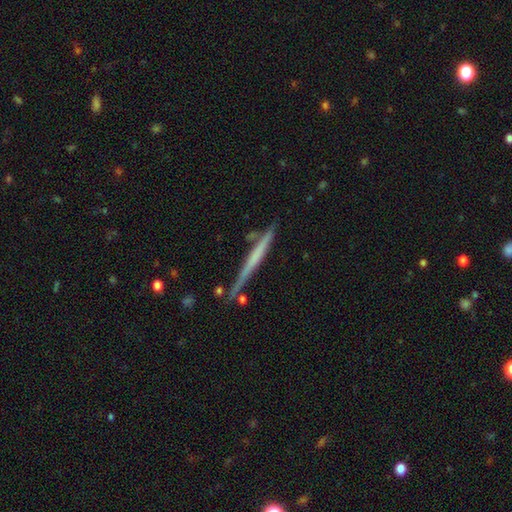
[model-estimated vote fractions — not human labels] Smooth or featured?
  - featured or disk: 57% *
  - smooth: 36%
  - star or artifact: 6%
Edge-on disk?
  - yes: 97% *
  - no: 3%
Edge-on bulge?
  - none: 76% *
  - rounded: 14%
  - boxy: 9%
Merging?
  - none: 77% *
  - minor disturbance: 15%
  - merger: 5%
  - major disturbance: 3%